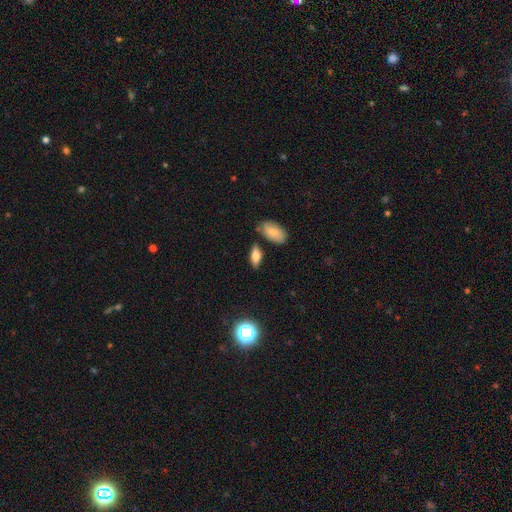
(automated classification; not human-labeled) A smooth galaxy with no disk features (68%) that is in between round and cigar-shaped (74%).

Vote fractions:
- Smooth or featured? smooth: 68% / featured or disk: 22% / star or artifact: 9%
- How rounded? in between: 74% / cigar-shaped: 21% / round: 5%
- Merging? none: 76% / minor disturbance: 14% / merger: 7% / major disturbance: 4%